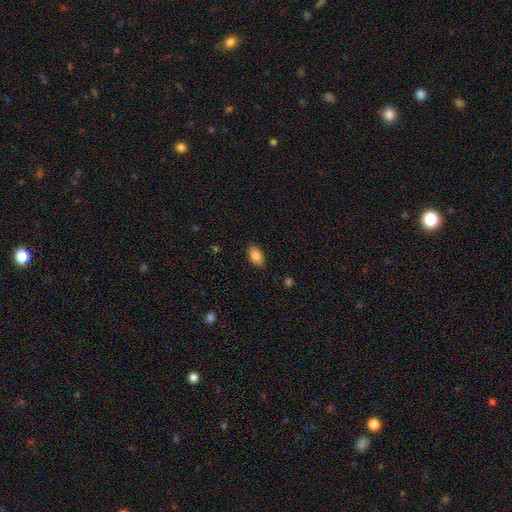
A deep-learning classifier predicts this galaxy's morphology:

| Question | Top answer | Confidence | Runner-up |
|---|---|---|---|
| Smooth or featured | smooth | 86% | star or artifact (8%) |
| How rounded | in between | 92% | round (6%) |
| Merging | none | 86% | minor disturbance (11%) |